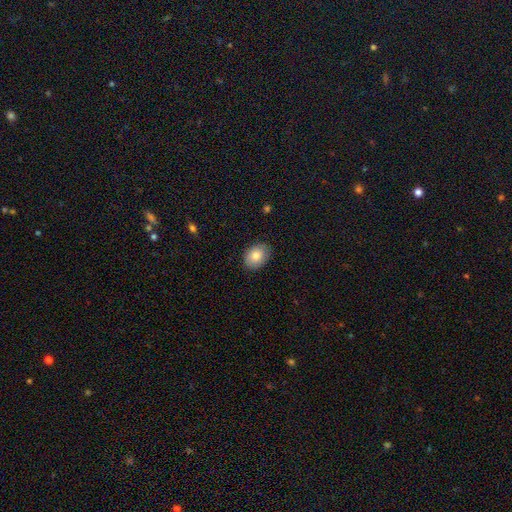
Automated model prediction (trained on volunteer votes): A smooth galaxy with no disk features (79%) that is in between round and cigar-shaped (72%). Merging: none (86%).